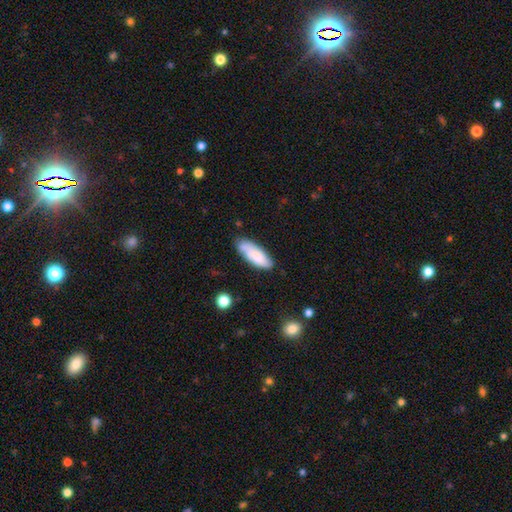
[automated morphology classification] Smooth or featured? smooth (73%)
How rounded? in between (70%)
Merging? none (66%)